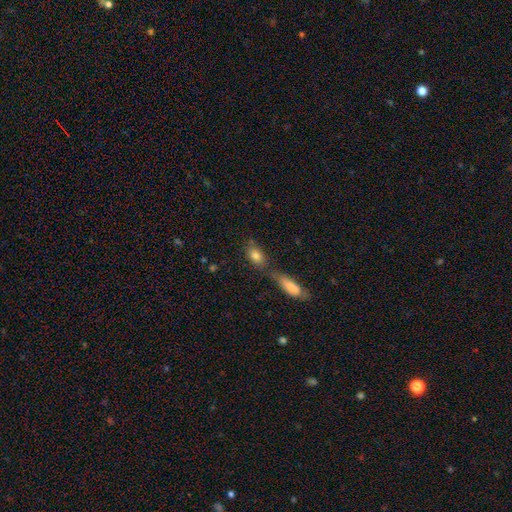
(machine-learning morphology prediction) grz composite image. It shows a smooth galaxy with no disk features (80%) that is in between round and cigar-shaped (78%). Merging: none (46%).